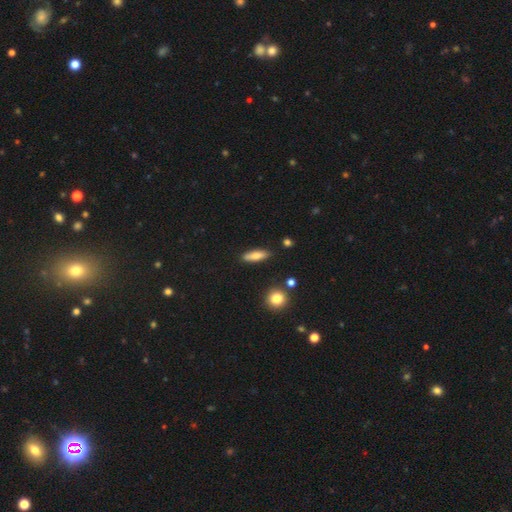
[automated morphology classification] Smooth or featured? Predicted: smooth (p=0.72). How rounded? Predicted: cigar-shaped (p=0.53). Merging? Predicted: none (p=0.86).